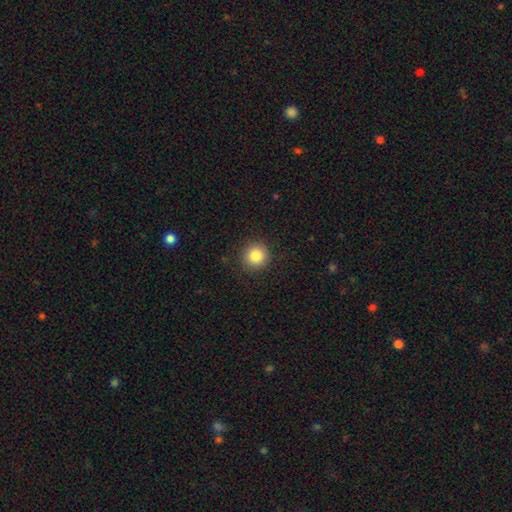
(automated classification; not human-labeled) smooth 85%, star or artifact 10%, featured or disk 5%. Down the decision tree: how rounded — round (93%); merging — none (89%).